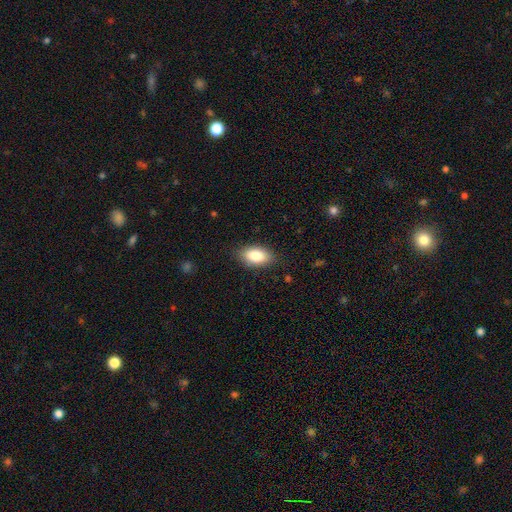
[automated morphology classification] Smooth or featured? Predicted: smooth (p=0.85). How rounded? Predicted: in between (p=0.91). Merging? Predicted: none (p=0.84).